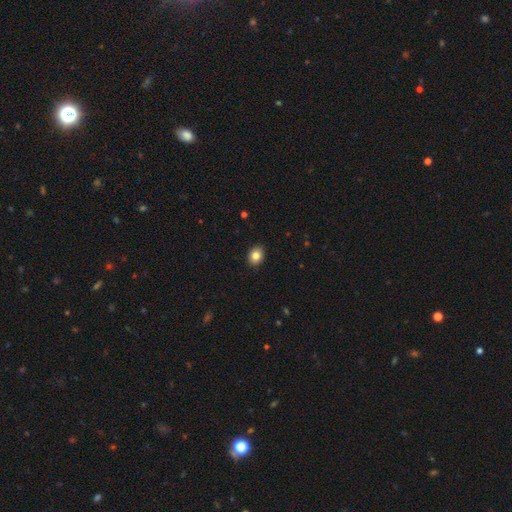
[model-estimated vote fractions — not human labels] This is clearly a smooth galaxy (83%). How rounded: possibly in between (57%). Merging: clearly none (91%).